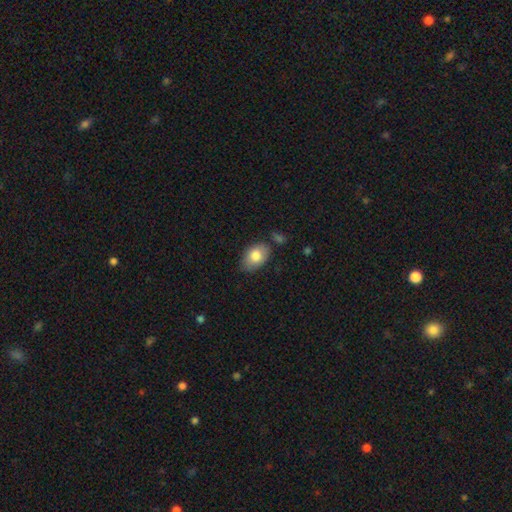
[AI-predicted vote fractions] Morphology: type=smooth (80%); roundness=in between (87%); merging=none (73%).